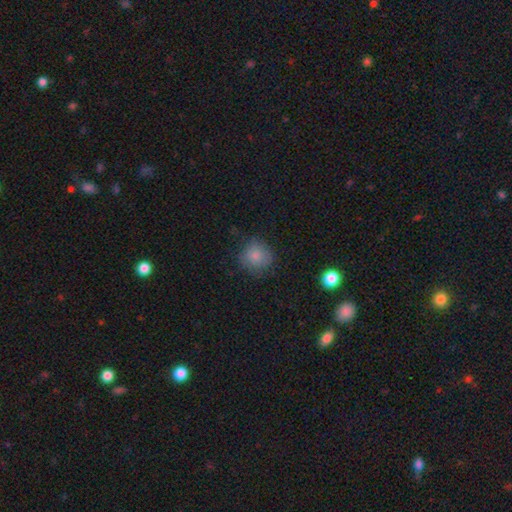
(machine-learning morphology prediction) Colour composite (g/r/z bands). It shows a smooth galaxy with no disk features (82%) that is round (87%). Merging: none (74%).